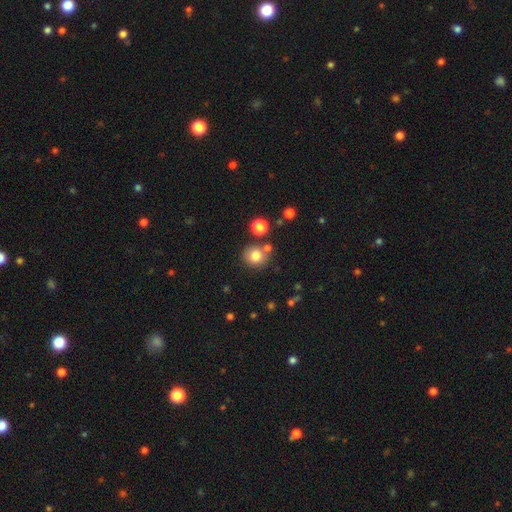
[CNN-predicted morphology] The model was most divided on "merging": none: 71%, merger: 15%, minor disturbance: 11%, major disturbance: 4%. More confident: how rounded — round (84%); smooth or featured — smooth (81%).